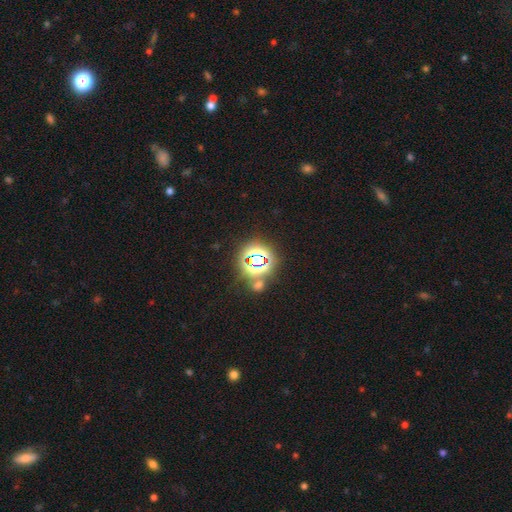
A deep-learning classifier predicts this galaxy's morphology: The model was most divided on "smooth or featured": star or artifact: 72%, smooth: 19%, featured or disk: 9%.